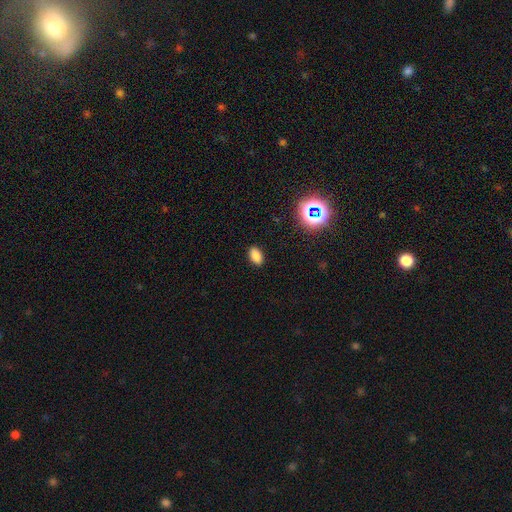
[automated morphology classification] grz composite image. It shows a smooth galaxy with no disk features (81%) that is in between round and cigar-shaped (91%). Merging: none (89%).